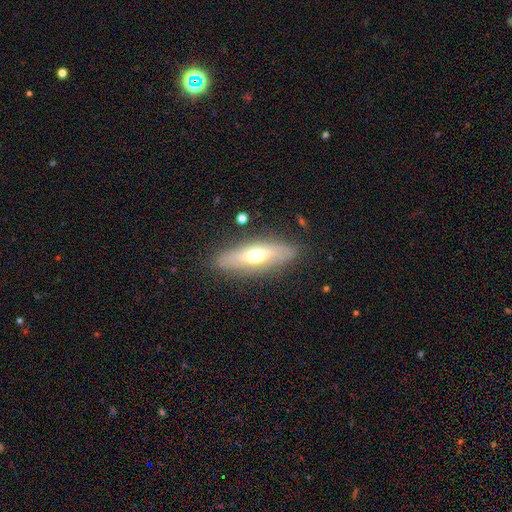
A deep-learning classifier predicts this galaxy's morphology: Smooth or featured? Predicted: featured or disk (p=0.47). Merging? Predicted: none (p=0.83).